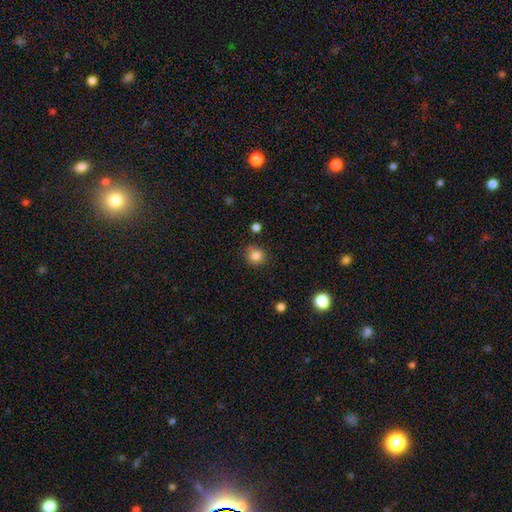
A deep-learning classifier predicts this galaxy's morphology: Q: Smooth or featured?
A: smooth (84%); runner-up: star or artifact (11%)
Q: How rounded?
A: round (87%); runner-up: in between (12%)
Q: Merging?
A: none (85%); runner-up: minor disturbance (10%)